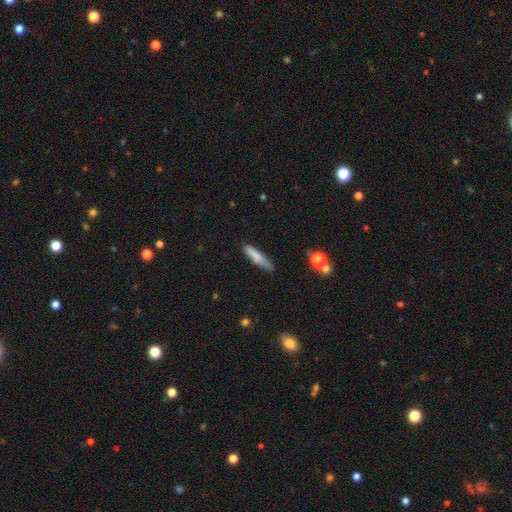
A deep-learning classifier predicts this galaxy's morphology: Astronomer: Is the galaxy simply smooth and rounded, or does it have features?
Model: smooth — 79%.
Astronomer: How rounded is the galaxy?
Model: cigar-shaped — 85%.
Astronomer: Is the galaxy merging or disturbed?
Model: none — 73%.